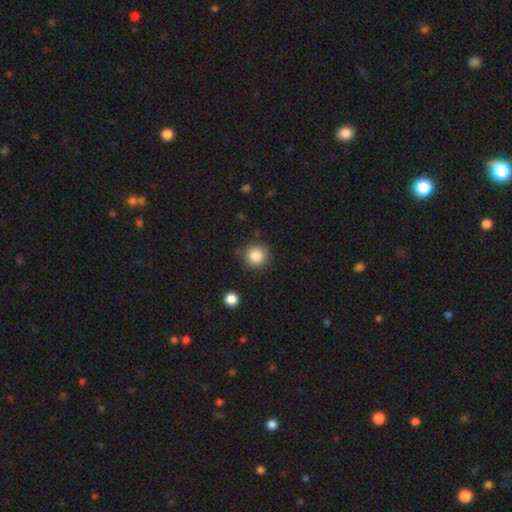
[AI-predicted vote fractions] Q: Smooth or featured?
A: smooth (85%); runner-up: star or artifact (10%)
Q: How rounded?
A: round (93%); runner-up: in between (6%)
Q: Merging?
A: none (85%); runner-up: minor disturbance (9%)